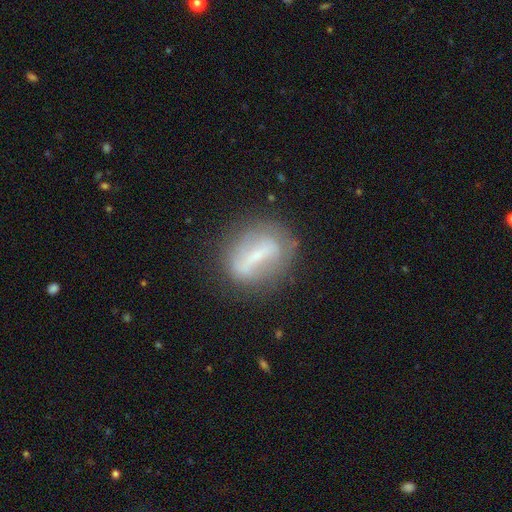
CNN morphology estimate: smooth-or-featured: featured or disk: 59% | smooth: 31% | star or artifact: 9%
  disk-edge-on: no: 86% | yes: 14%
    bar: strong: 61% | weak: 25% | no: 13%
    has-spiral-arms: no: 65% | yes: 35%
    bulge-size: small: 61% | moderate: 18% | none: 17% | large: 3% | dominant: 2%
  merging: none: 69% | minor disturbance: 18% | major disturbance: 9% | merger: 3%